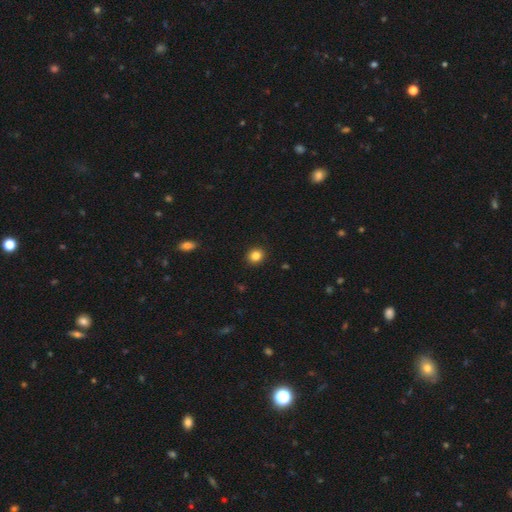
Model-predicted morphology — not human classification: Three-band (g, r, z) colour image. It shows a smooth galaxy with no disk features (85%) that is round (78%). Merging: none (92%).